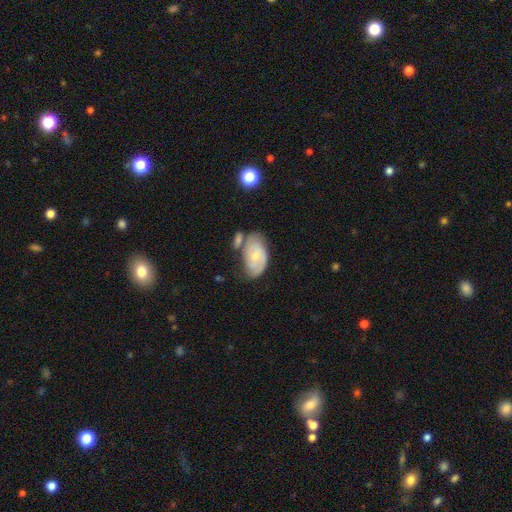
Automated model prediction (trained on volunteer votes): Smooth or featured? featured or disk (56%)
Edge-on disk? no (95%)
Bar? no (64%)
Spiral arms? yes (77%)
Bulge size? small (58%)
Merging? none (49%)